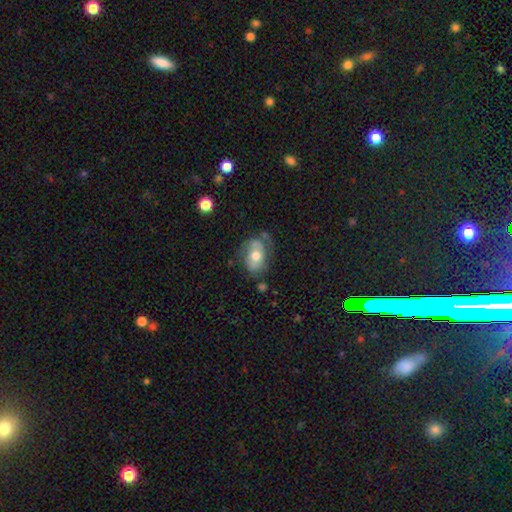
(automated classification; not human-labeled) Smooth or featured? Predicted: smooth (p=0.51). How rounded? Predicted: in between (p=0.76). Merging? Predicted: none (p=0.49).